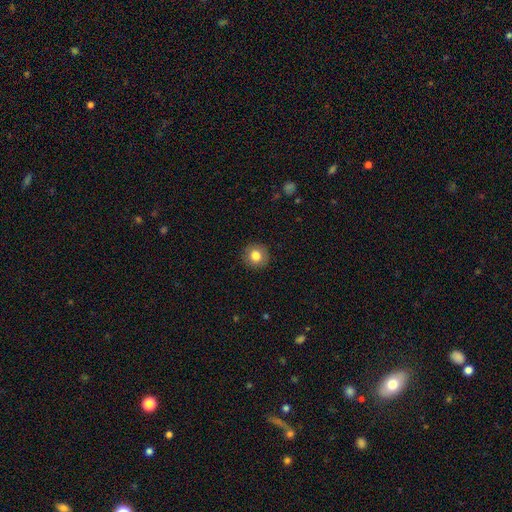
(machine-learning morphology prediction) Q: Smooth or featured?
A: smooth (81%); runner-up: featured or disk (9%)
Q: How rounded?
A: round (93%); runner-up: in between (6%)
Q: Merging?
A: none (91%); runner-up: minor disturbance (6%)